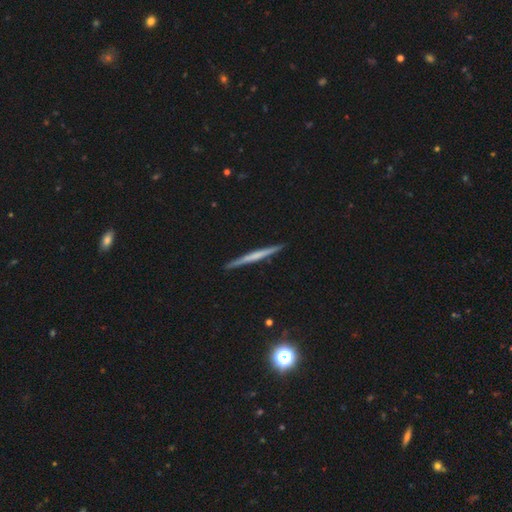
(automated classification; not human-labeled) The model was most divided on "smooth or featured": featured or disk: 59%, smooth: 35%, star or artifact: 6%. More confident: edge-on disk — yes (98%); merging — none (92%); edge-on bulge — none (62%).